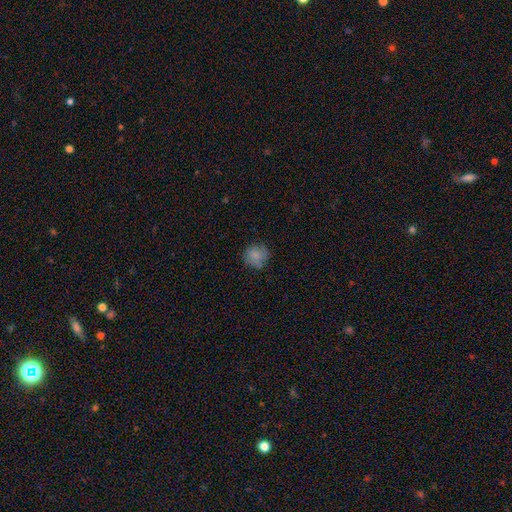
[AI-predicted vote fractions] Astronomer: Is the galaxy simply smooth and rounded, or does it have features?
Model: smooth — 78%.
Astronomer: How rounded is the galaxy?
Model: round — 86%.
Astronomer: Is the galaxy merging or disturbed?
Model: none — 70%.